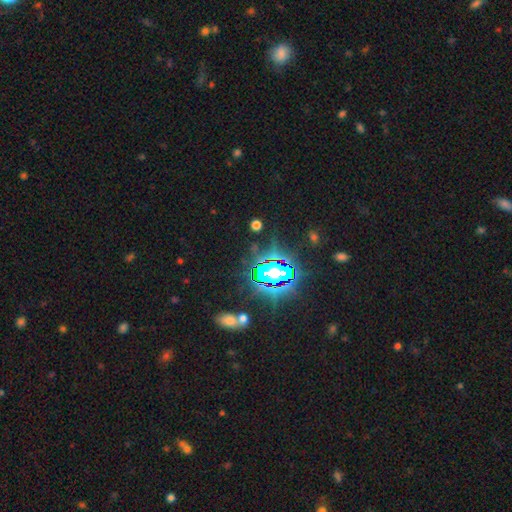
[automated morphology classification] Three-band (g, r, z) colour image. It shows a star or artifact, not a galaxy (83%).